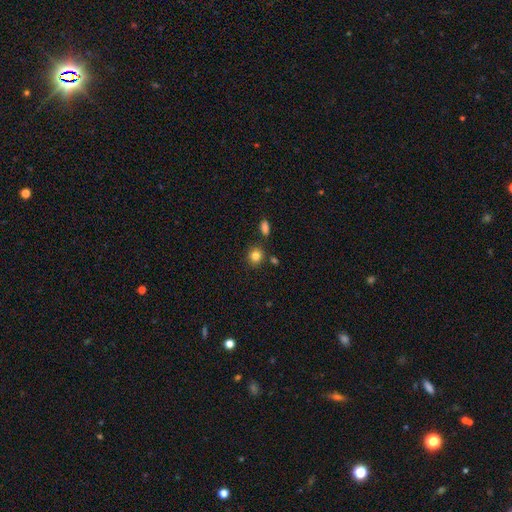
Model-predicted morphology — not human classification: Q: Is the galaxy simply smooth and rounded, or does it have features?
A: smooth — 83%.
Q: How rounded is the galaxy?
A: round — 83%.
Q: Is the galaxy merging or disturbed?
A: none — 82%.